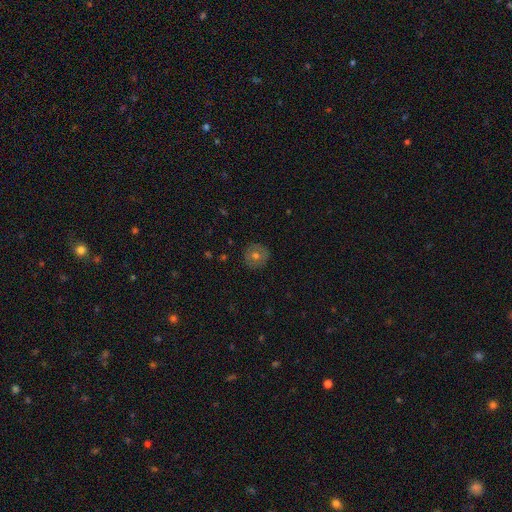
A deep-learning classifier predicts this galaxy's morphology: This appears to be a smooth galaxy with no disk features (58%) that is round (94%). Merging: none (88%).